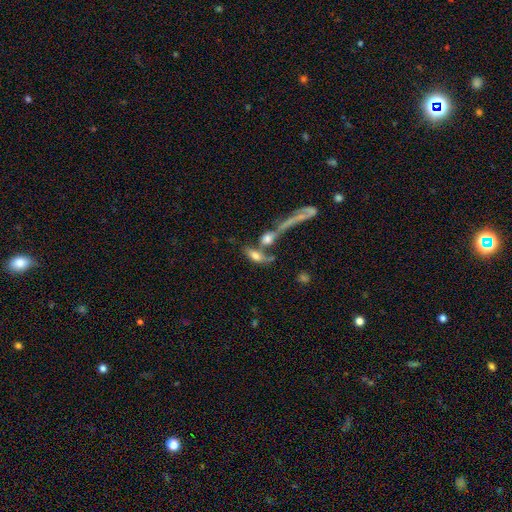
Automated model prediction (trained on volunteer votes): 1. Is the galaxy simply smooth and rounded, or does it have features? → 59% smooth, 30% featured or disk, 11% star or artifact.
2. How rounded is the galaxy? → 57% in between, 35% cigar-shaped, 8% round.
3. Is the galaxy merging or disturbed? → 45% merger, 34% none, 11% minor disturbance, 9% major disturbance.